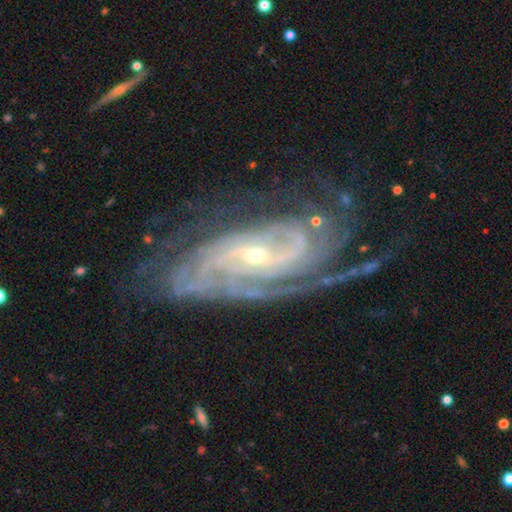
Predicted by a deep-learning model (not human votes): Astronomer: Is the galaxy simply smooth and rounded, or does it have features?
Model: featured or disk — 90%.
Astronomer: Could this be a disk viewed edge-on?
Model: no — 95%.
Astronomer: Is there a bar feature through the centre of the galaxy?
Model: no — 49% (runner-up: weak, 33%).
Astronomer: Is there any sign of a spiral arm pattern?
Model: yes — 98%.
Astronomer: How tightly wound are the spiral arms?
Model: tight — 65%.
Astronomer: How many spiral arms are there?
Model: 2 — 23% (runner-up: can't tell, 22%).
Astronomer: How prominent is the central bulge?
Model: small — 76%.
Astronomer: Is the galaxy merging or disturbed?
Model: none — 66%.